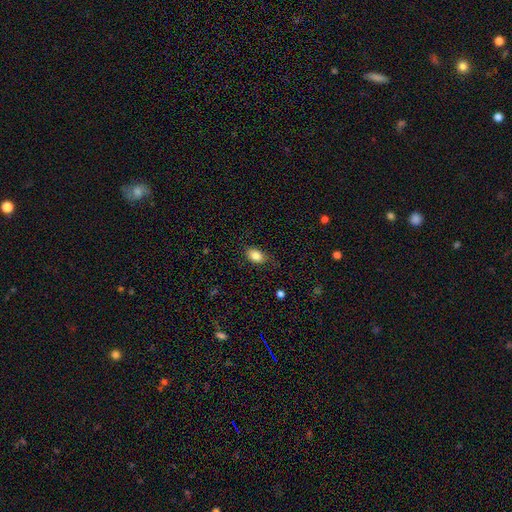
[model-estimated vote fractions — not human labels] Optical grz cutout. It shows a smooth galaxy with no disk features (85%) that is in between round and cigar-shaped (84%). Merging: none (76%).